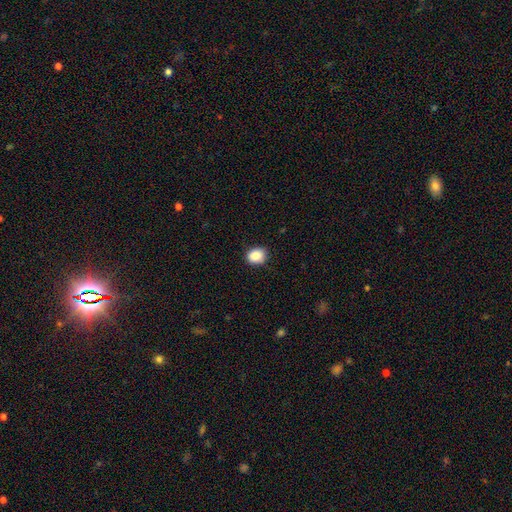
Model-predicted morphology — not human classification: smooth-or-featured: smooth: 88% | star or artifact: 9% | featured or disk: 4%
  how-rounded: round: 59% | in between: 40% | cigar-shaped: 1%
  merging: none: 85% | minor disturbance: 11% | major disturbance: 2% | merger: 1%